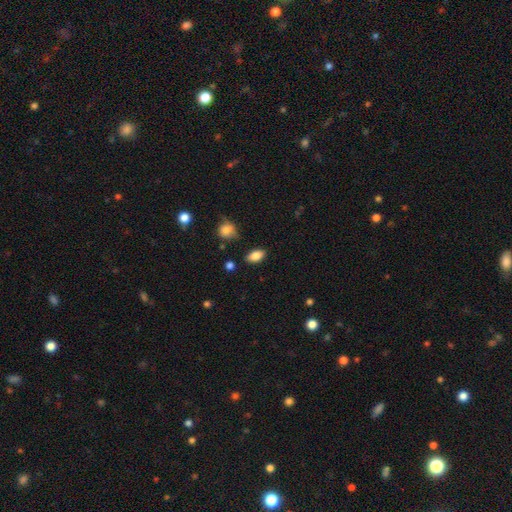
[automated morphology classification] smooth_or_featured: smooth (p=0.85) [alt: star or artifact p=0.08]
how_rounded: in between (p=0.90) [alt: round p=0.06]
merging: none (p=0.84) [alt: minor disturbance p=0.11]